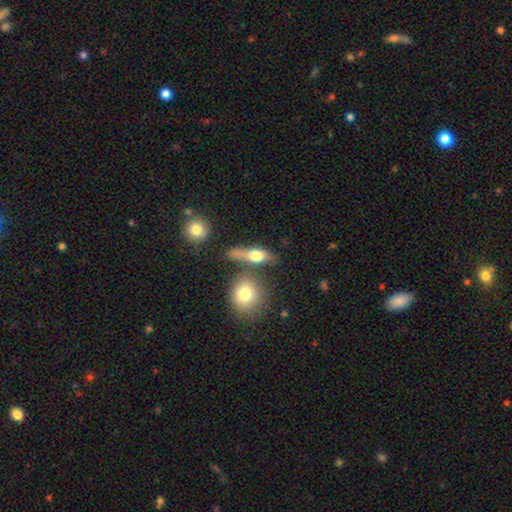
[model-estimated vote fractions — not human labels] A smooth galaxy with no disk features (67%) that is in between round and cigar-shaped (53%). Merging: none (47%).